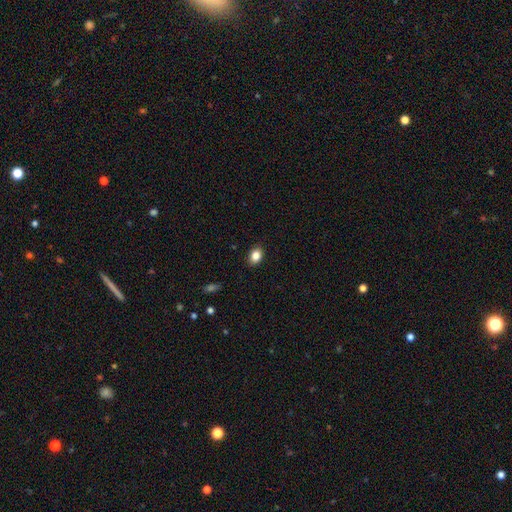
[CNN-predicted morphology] A smooth galaxy with no disk features (85%) that is in between round and cigar-shaped (77%). Merging: none (88%).